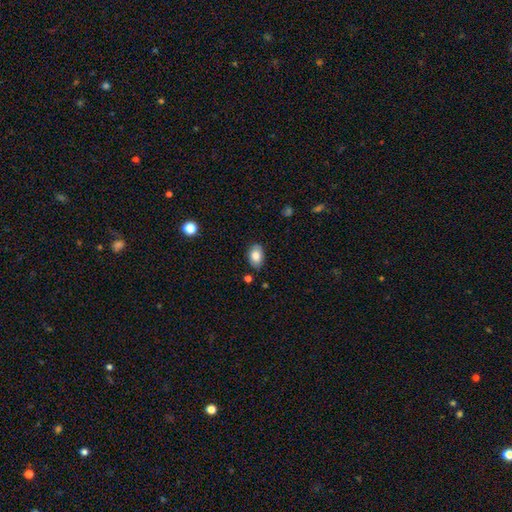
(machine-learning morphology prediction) smooth 84%, featured or disk 9%, star or artifact 8%. Down the decision tree: how rounded — in between (87%); merging — none (84%).